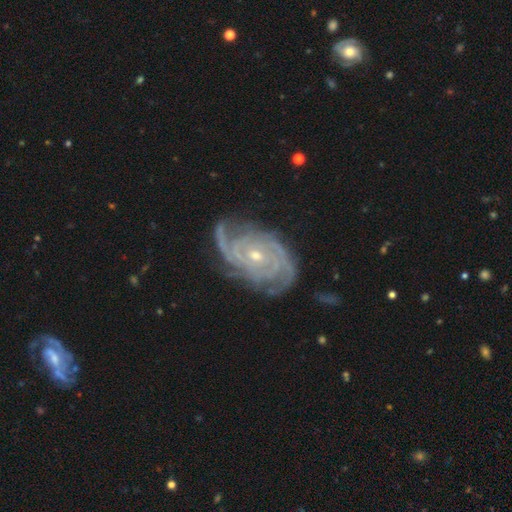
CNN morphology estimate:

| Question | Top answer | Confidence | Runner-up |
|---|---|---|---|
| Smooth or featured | featured or disk | 91% | star or artifact (5%) |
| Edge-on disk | no | 97% | yes (3%) |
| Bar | no | 66% | weak (25%) |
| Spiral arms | yes | 98% | no (2%) |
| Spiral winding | tight | 72% | medium (24%) |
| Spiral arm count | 3 | 25% | 4 (21%) |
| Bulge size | small | 64% | moderate (33%) |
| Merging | none | 72% | minor disturbance (20%) |